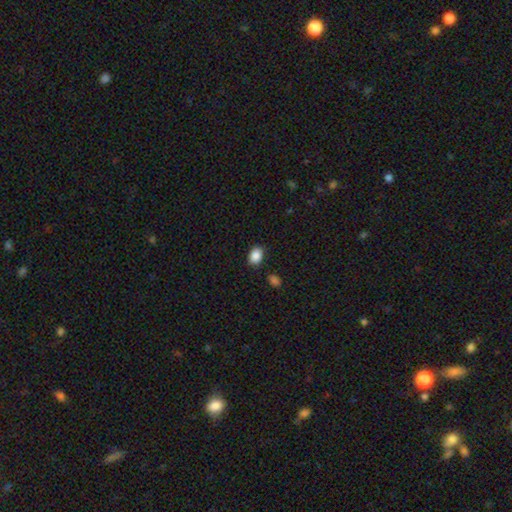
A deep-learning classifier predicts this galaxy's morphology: Overall: smooth (88%). How rounded: in between (73%). Merging: none (83%).